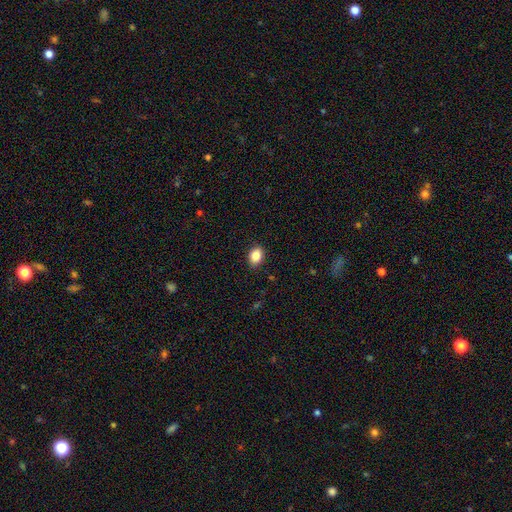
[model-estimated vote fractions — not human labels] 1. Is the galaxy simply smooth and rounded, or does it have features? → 86% smooth, 8% star or artifact, 5% featured or disk.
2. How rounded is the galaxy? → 71% in between, 28% round, 1% cigar-shaped.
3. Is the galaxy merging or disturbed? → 88% none, 9% minor disturbance, 2% major disturbance, 1% merger.